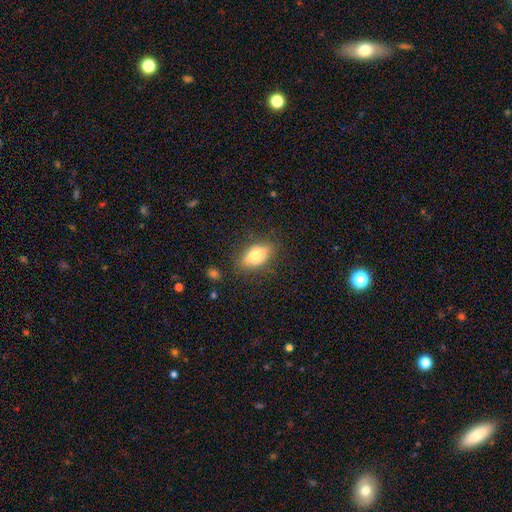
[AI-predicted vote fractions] A smooth galaxy with no disk features (66%) that is in between round and cigar-shaped (83%). Merging: none (79%).